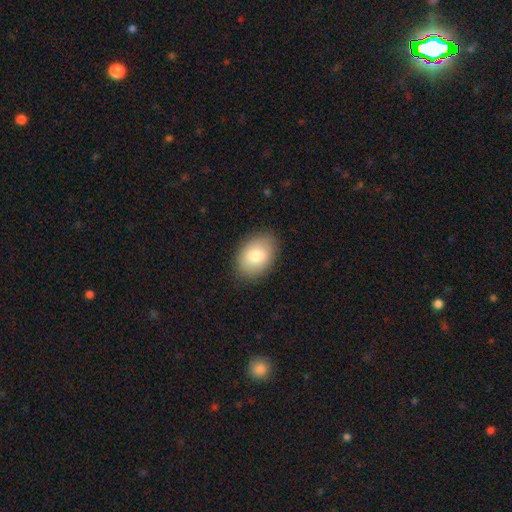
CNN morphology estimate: Smooth or featured? Predicted: smooth (p=0.81). How rounded? Predicted: in between (p=0.82). Merging? Predicted: none (p=0.86).